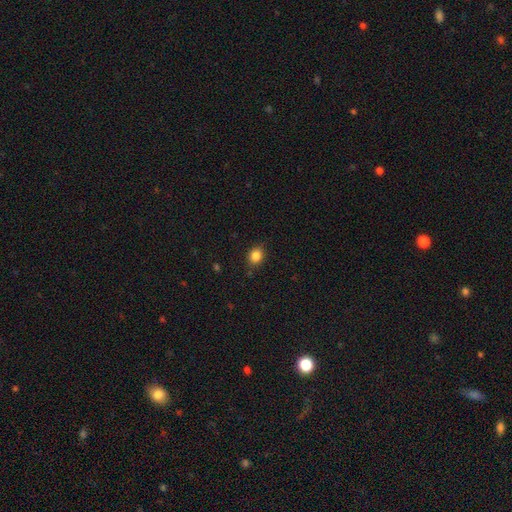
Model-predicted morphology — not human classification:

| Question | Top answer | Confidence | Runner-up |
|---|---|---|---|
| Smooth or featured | smooth | 85% | star or artifact (10%) |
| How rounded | round | 55% | in between (44%) |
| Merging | none | 84% | minor disturbance (12%) |